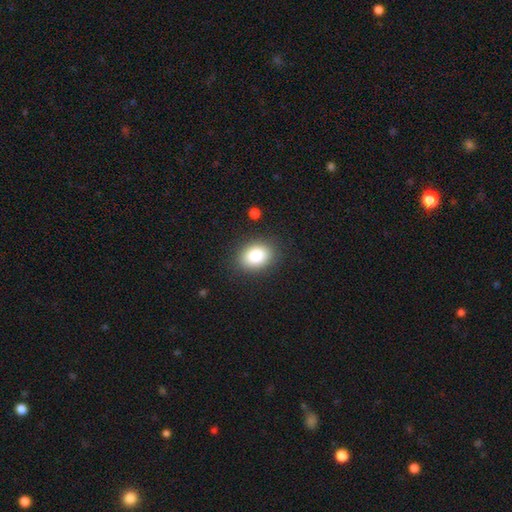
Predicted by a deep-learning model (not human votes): This is clearly a smooth galaxy (85%). How rounded: likely in between (66%). Merging: clearly none (87%).